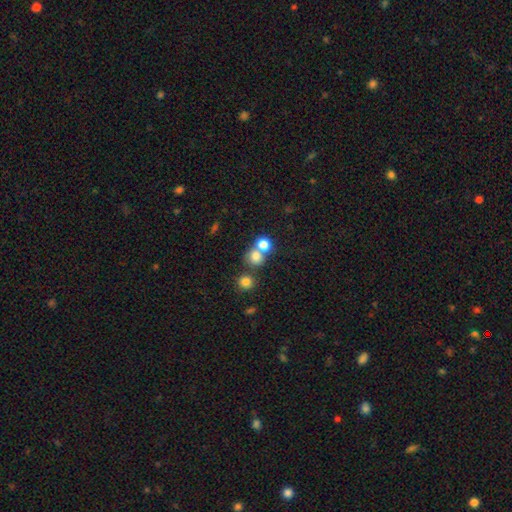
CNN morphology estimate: Overall: smooth (76%). How rounded: round (82%). Merging: none (49%; merger 41%).